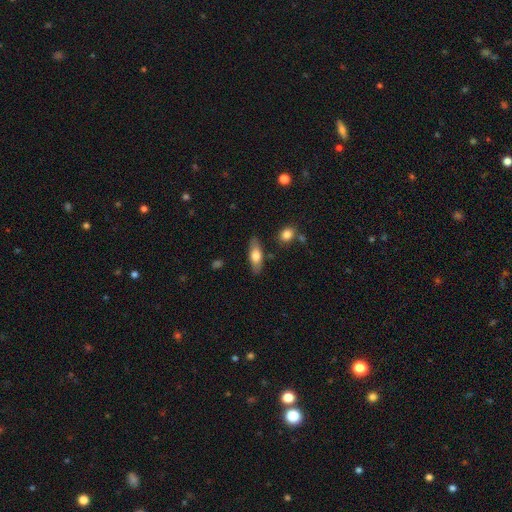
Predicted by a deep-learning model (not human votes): Smooth or featured?
  - smooth: 66% *
  - featured or disk: 27%
  - star or artifact: 6%
How rounded?
  - in between: 64% *
  - cigar-shaped: 33%
  - round: 3%
Merging?
  - none: 82% *
  - minor disturbance: 12%
  - major disturbance: 3%
  - merger: 3%